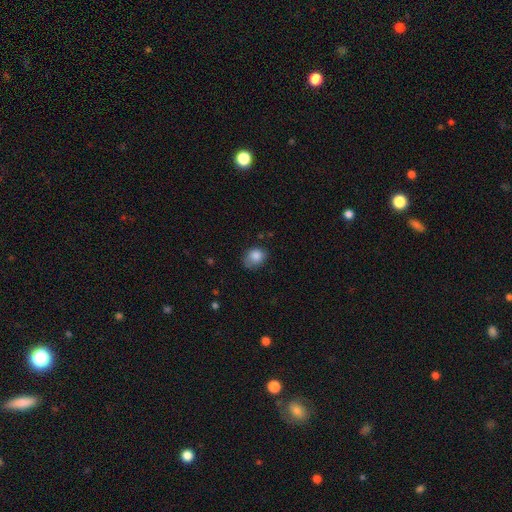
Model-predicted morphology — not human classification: smooth-or-featured: smooth: 84% | star or artifact: 9% | featured or disk: 7%
  how-rounded: round: 54% | in between: 45% | cigar-shaped: 1%
  merging: none: 61% | minor disturbance: 30% | major disturbance: 8% | merger: 2%